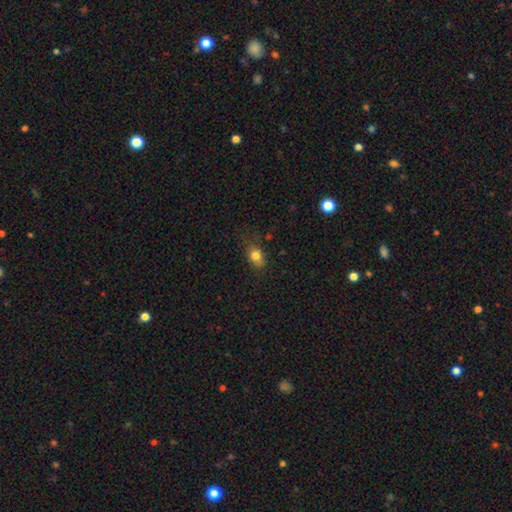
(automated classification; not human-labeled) smooth-or-featured: smooth: 80% | star or artifact: 10% | featured or disk: 10%
  how-rounded: in between: 72% | round: 25% | cigar-shaped: 3%
  merging: none: 63% | minor disturbance: 27% | major disturbance: 8% | merger: 2%